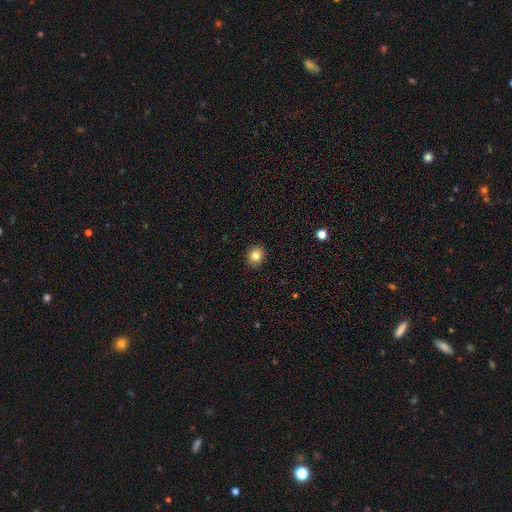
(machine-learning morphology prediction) Overall: smooth (82%). How rounded: round (80%). Merging: none (91%).